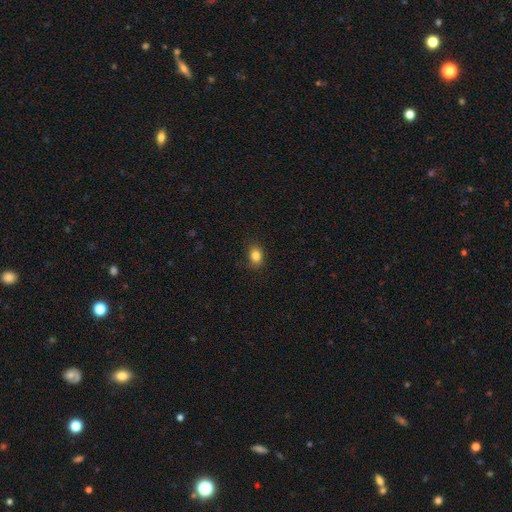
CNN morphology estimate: A smooth galaxy with no disk features (84%) that is in between round and cigar-shaped (62%).

Vote fractions:
- Smooth or featured? smooth: 84% / star or artifact: 11% / featured or disk: 6%
- How rounded? in between: 62% / round: 37% / cigar-shaped: 1%
- Merging? none: 85% / minor disturbance: 12% / major disturbance: 3% / merger: 1%